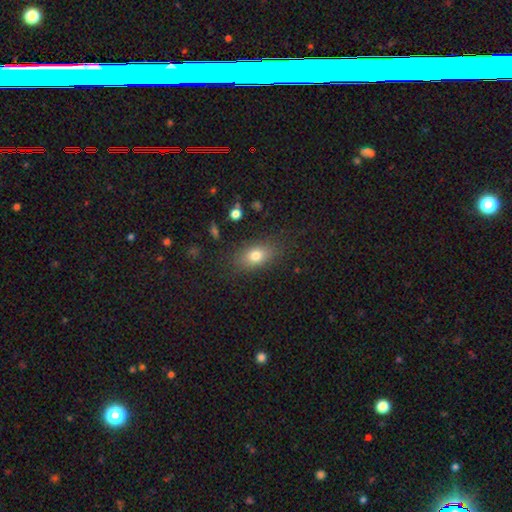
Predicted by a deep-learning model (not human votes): This is likely a smooth galaxy (77%). How rounded: likely in between (79%). Merging: clearly none (80%).